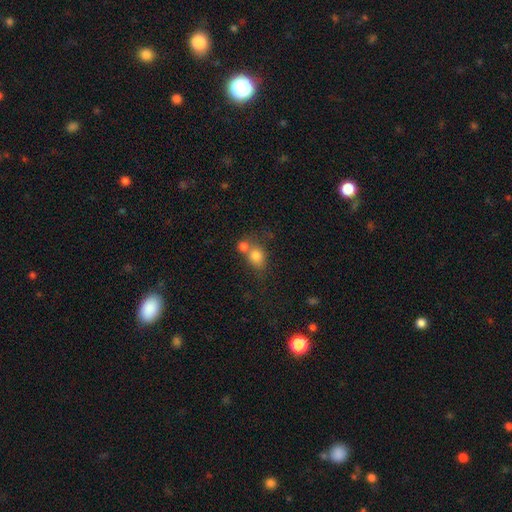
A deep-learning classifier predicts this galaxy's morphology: Smooth or featured: smooth — 79% (star or artifact — 11%)
How rounded: round — 57% (in between — 42%)
Merging: merger — 50% (none — 36%)